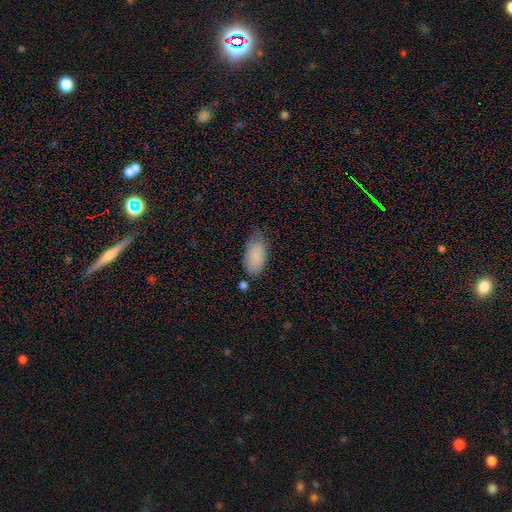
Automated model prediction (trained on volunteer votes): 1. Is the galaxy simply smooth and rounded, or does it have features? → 86% smooth, 7% featured or disk, 7% star or artifact.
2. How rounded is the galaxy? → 94% in between, 3% round, 3% cigar-shaped.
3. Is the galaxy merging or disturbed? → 63% none, 27% minor disturbance, 6% major disturbance, 4% merger.